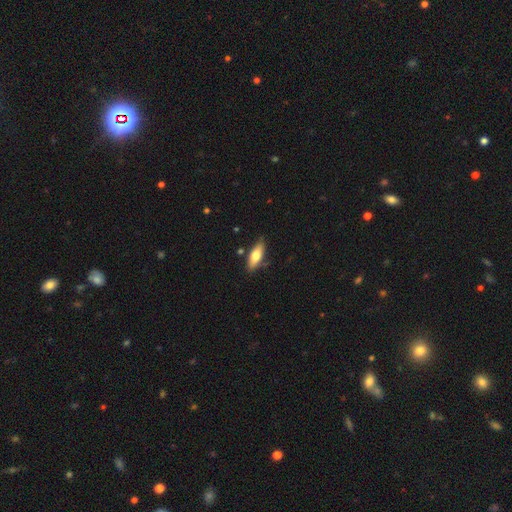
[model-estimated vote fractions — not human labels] Smooth or featured: smooth — 66% (featured or disk — 28%)
How rounded: in between — 66% (cigar-shaped — 32%)
Merging: none — 77% (minor disturbance — 17%)